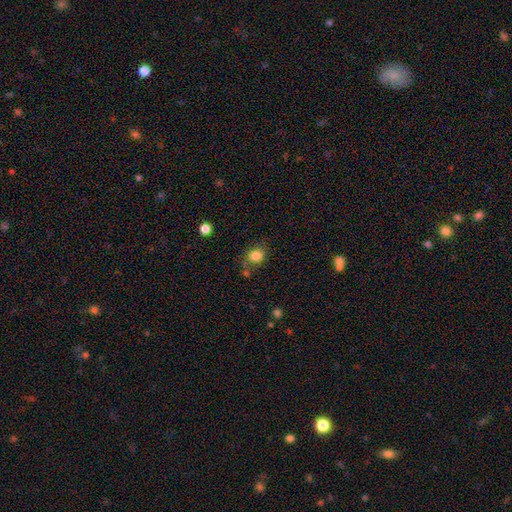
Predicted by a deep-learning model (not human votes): smooth_or_featured: smooth (p=0.83) [alt: star or artifact p=0.11]
how_rounded: round (p=0.66) [alt: in between p=0.33]
merging: none (p=0.70) [alt: minor disturbance p=0.17]